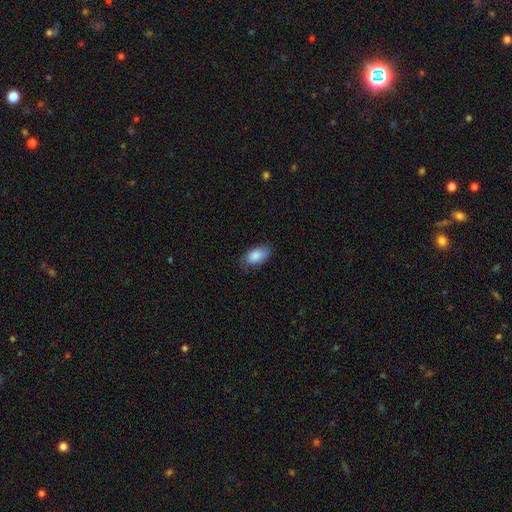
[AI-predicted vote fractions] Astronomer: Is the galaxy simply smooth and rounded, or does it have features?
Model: smooth — 87%.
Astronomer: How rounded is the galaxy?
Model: in between — 93%.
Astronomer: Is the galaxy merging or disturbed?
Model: none — 77%.